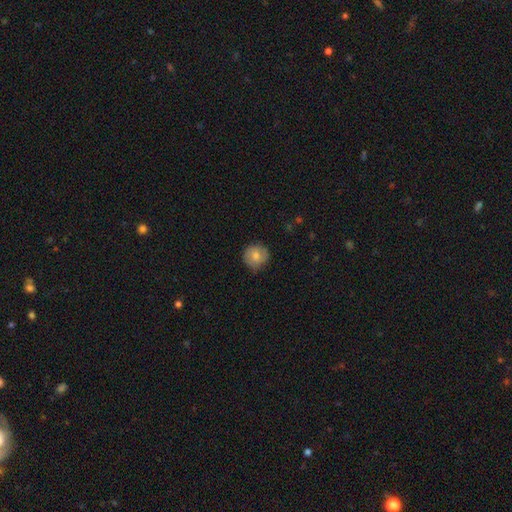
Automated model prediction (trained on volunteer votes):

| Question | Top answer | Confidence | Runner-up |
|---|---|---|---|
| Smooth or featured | smooth | 79% | featured or disk (14%) |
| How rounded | round | 92% | in between (7%) |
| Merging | none | 81% | minor disturbance (15%) |